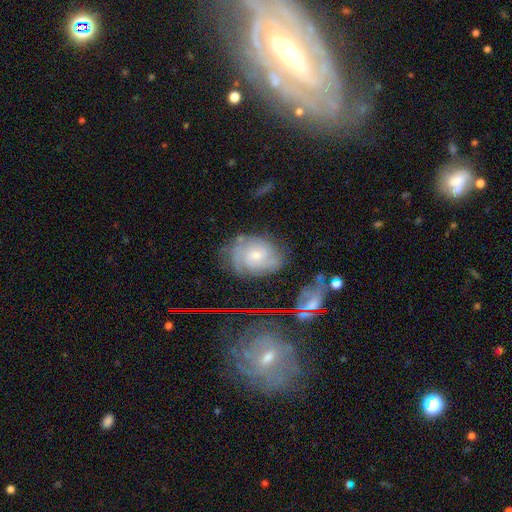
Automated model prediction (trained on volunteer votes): smooth-or-featured: featured or disk: 64% | smooth: 26% | star or artifact: 11%
  disk-edge-on: no: 96% | yes: 4%
    bar: no: 73% | weak: 23% | strong: 3%
    has-spiral-arms: yes: 87% | no: 13%
      spiral-winding: tight: 58% | medium: 31% | loose: 10%
      spiral-arm-count: can't tell: 46% | 3: 19% | 2: 17% | 4: 9% | 1: 5% | more than 4: 5%
    bulge-size: small: 56% | moderate: 37% | none: 3% | large: 3% | dominant: 1%
  merging: none: 63% | minor disturbance: 23% | major disturbance: 10% | merger: 4%